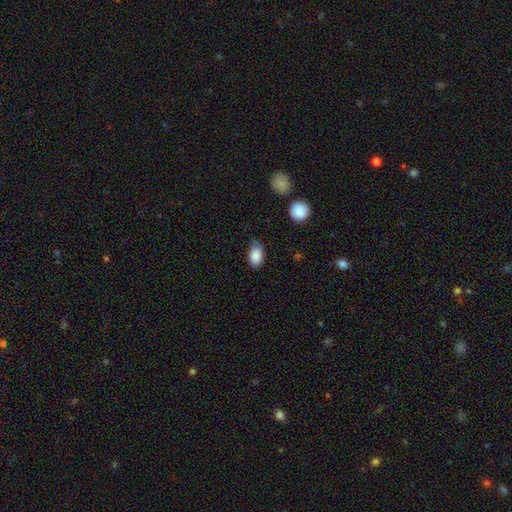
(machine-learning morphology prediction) A smooth galaxy with no disk features (88%) that is in between round and cigar-shaped (87%).

Vote fractions:
- Smooth or featured? smooth: 88% / star or artifact: 7% / featured or disk: 4%
- How rounded? in between: 87% / round: 11% / cigar-shaped: 2%
- Merging? none: 73% / minor disturbance: 22% / major disturbance: 4% / merger: 2%